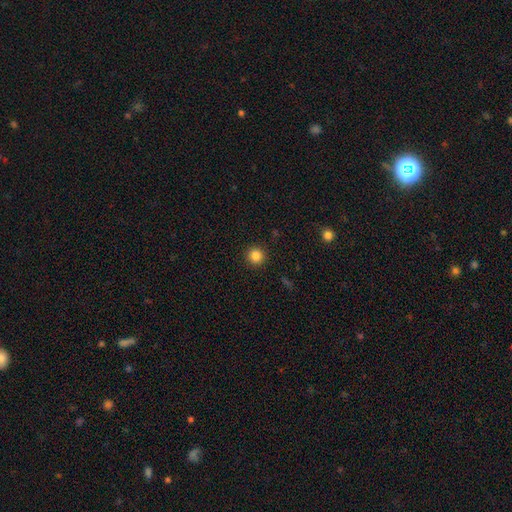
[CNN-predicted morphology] smooth_or_featured: smooth (p=0.85) [alt: star or artifact p=0.11]
how_rounded: round (p=0.94) [alt: in between p=0.05]
merging: none (p=0.92) [alt: minor disturbance p=0.05]